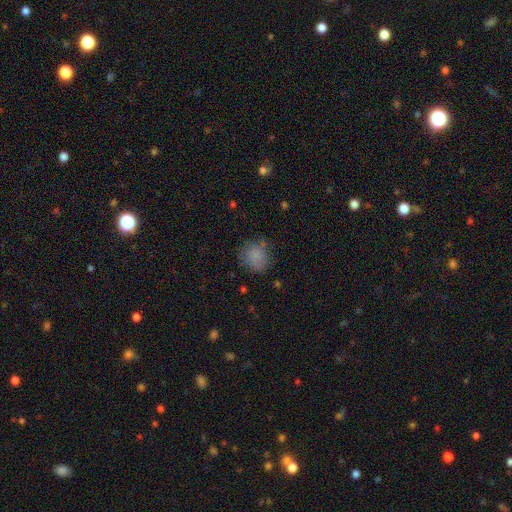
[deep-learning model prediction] Smooth or featured? smooth (81%)
How rounded? round (81%)
Merging? none (71%)